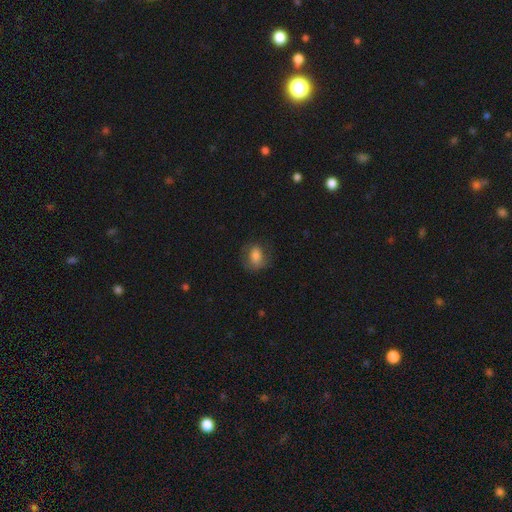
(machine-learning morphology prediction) A smooth galaxy with no disk features (73%) that is in between round and cigar-shaped (60%). Merging: none (64%).